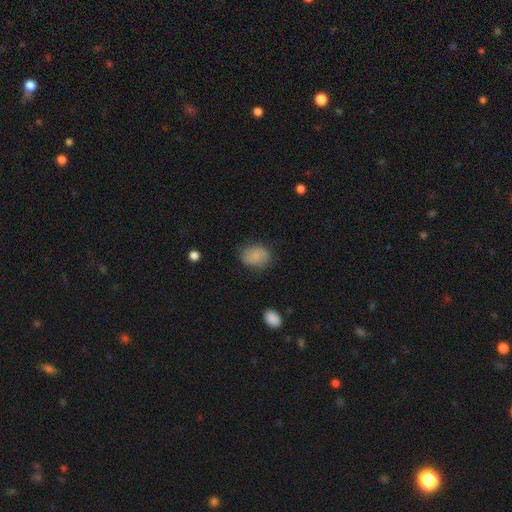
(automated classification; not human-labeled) A smooth galaxy with no disk features (79%) that is in between round and cigar-shaped (63%). Merging: none (78%).